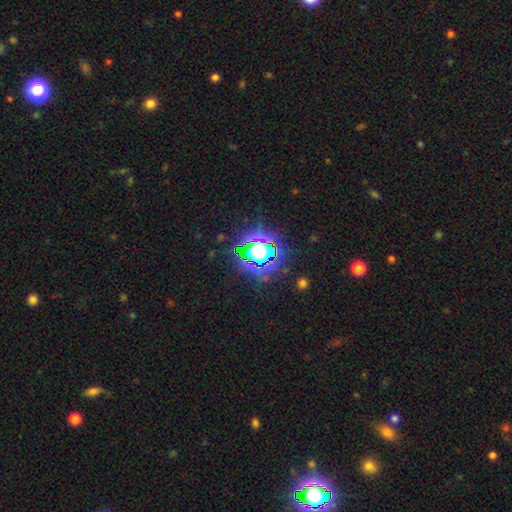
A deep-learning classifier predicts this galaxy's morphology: This is likely a star or artifact rather than a galaxy (66%).